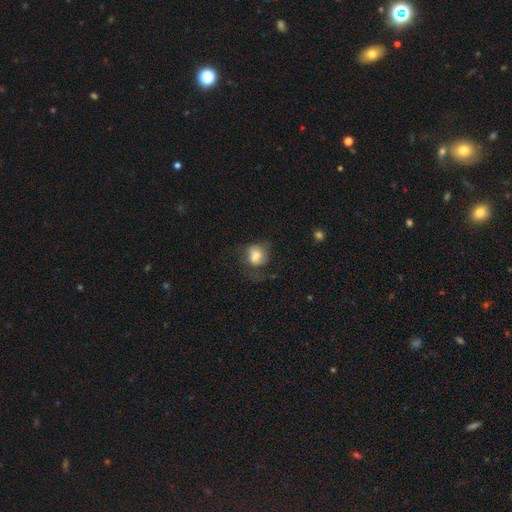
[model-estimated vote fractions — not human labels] Smooth or featured?
  - smooth: 69% *
  - featured or disk: 22%
  - star or artifact: 9%
How rounded?
  - round: 64% *
  - in between: 35%
  - cigar-shaped: 1%
Merging?
  - none: 41% *
  - major disturbance: 28%
  - minor disturbance: 26%
  - merger: 5%